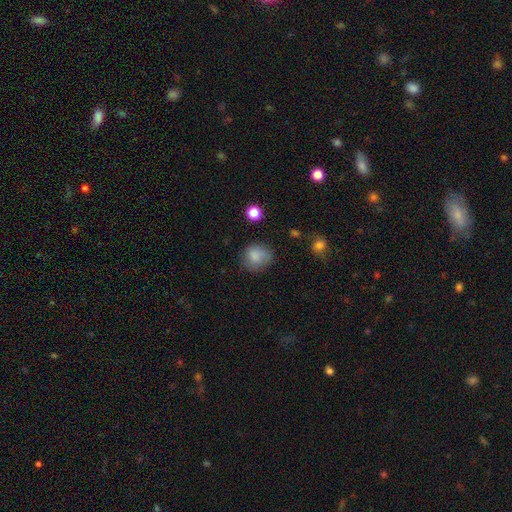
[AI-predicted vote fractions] smooth 81%, star or artifact 10%, featured or disk 9%. Down the decision tree: how rounded — round (75%); merging — none (63%).